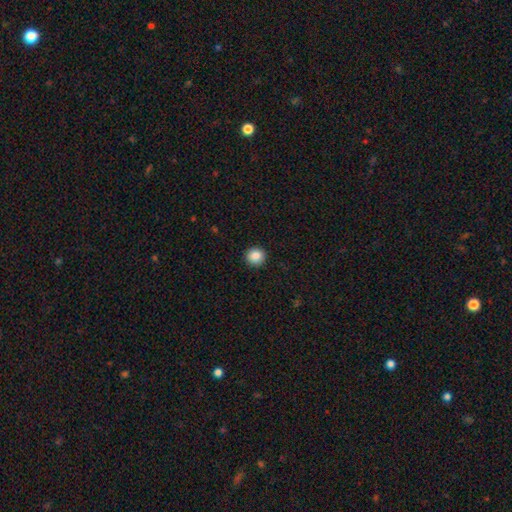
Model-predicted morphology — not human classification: Smooth or featured? Predicted: smooth (p=0.87). How rounded? Predicted: round (p=0.91). Merging? Predicted: none (p=0.92).